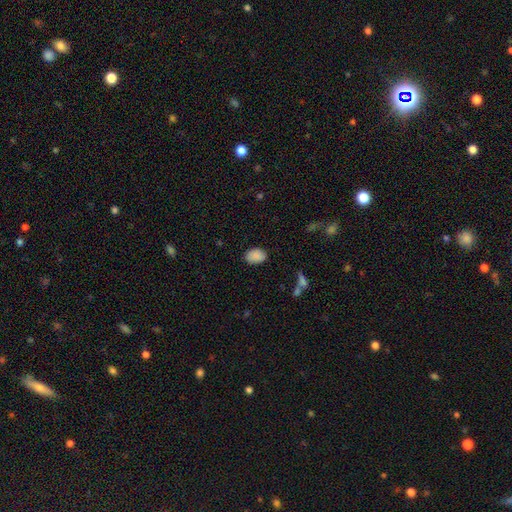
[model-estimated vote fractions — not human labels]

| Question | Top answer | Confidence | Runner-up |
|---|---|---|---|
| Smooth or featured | smooth | 88% | star or artifact (8%) |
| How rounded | in between | 84% | round (15%) |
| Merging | none | 82% | minor disturbance (13%) |